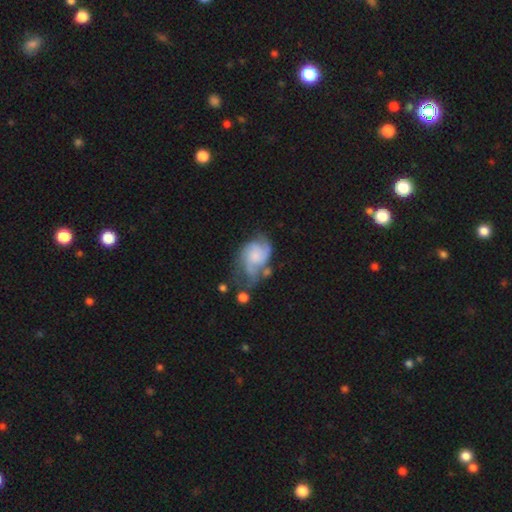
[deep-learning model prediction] Smooth or featured?
  - featured or disk: 68% *
  - smooth: 25%
  - star or artifact: 7%
Edge-on disk?
  - no: 98% *
  - yes: 2%
Bar?
  - no: 72% *
  - weak: 25%
  - strong: 4%
Spiral arms?
  - yes: 88% *
  - no: 12%
Spiral winding?
  - medium: 44% *
  - tight: 30%
  - loose: 26%
Spiral arm count?
  - 2: 35% *
  - 3: 27%
  - can't tell: 21%
  - 1: 7%
  - 4: 5%
  - more than 4: 4%
Bulge size?
  - none: 34% *
  - small: 28%
  - moderate: 23%
  - large: 12%
  - dominant: 3%
Merging?
  - none: 33% *
  - major disturbance: 31%
  - minor disturbance: 24%
  - merger: 12%